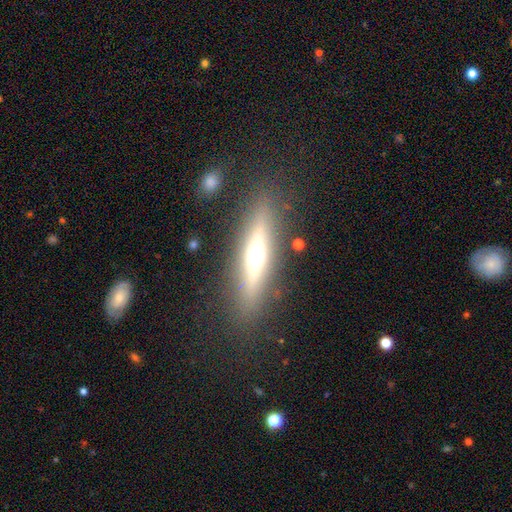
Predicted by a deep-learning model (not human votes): Q: Smooth or featured?
A: featured or disk (61%); runner-up: smooth (32%)
Q: Edge-on disk?
A: yes (91%); runner-up: no (9%)
Q: Edge-on bulge?
A: rounded (91%); runner-up: none (5%)
Q: Merging?
A: none (86%); runner-up: minor disturbance (9%)